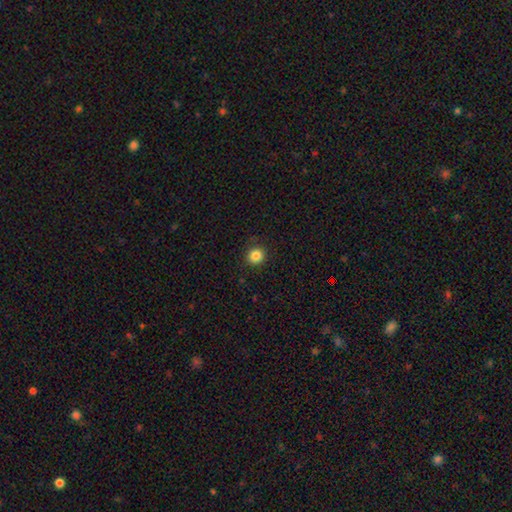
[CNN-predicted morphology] smooth 85%, star or artifact 11%, featured or disk 4%. Down the decision tree: how rounded — round (92%); merging — none (90%).